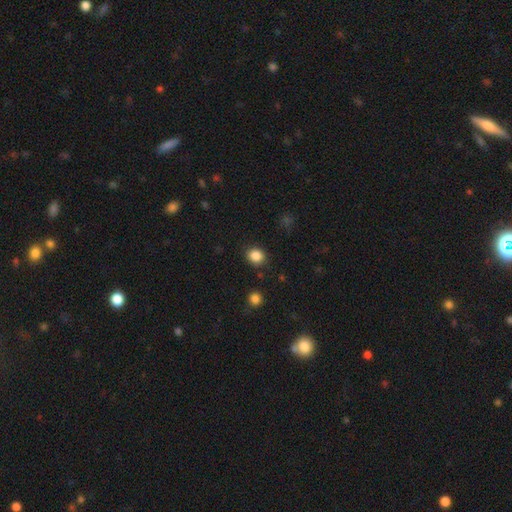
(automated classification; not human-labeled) Smooth or featured? Predicted: smooth (p=0.86). How rounded? Predicted: round (p=0.73). Merging? Predicted: none (p=0.85).